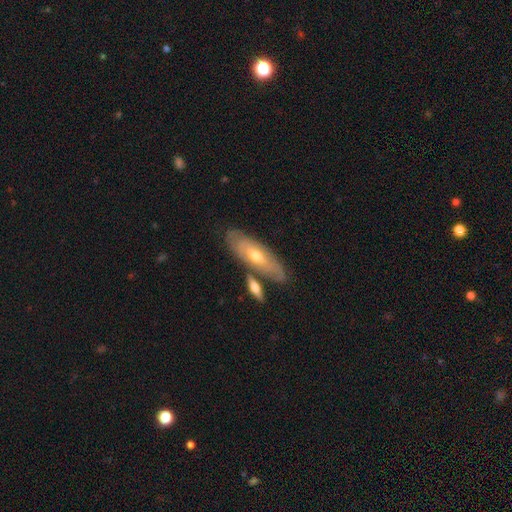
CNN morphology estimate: Q: Smooth or featured?
A: featured or disk (62%); runner-up: smooth (31%)
Q: Edge-on disk?
A: no (71%); runner-up: yes (29%)
Q: Merging?
A: none (70%); runner-up: merger (13%)